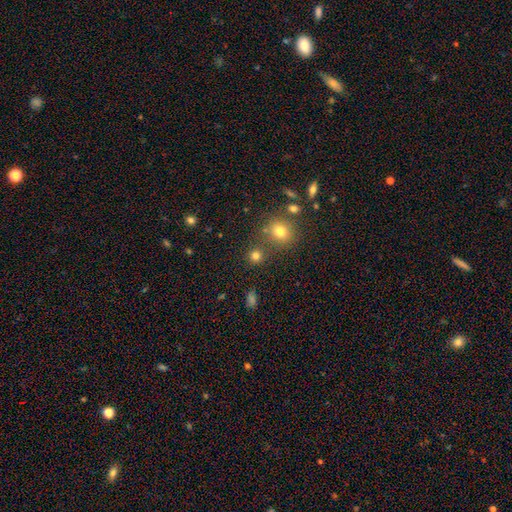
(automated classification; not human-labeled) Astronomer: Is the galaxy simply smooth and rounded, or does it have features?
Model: smooth — 77%.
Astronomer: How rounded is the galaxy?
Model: round — 89%.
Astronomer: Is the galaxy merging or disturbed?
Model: none — 76%.